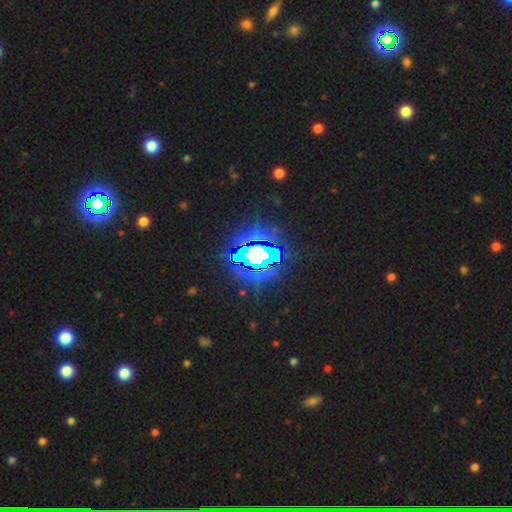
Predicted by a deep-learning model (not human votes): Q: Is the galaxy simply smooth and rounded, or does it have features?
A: star or artifact — 72%.